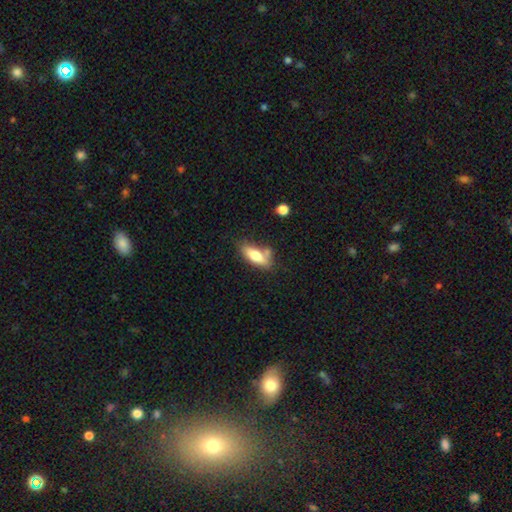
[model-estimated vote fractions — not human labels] Smooth or featured?
  - smooth: 71% *
  - featured or disk: 22%
  - star or artifact: 7%
How rounded?
  - in between: 67% *
  - cigar-shaped: 30%
  - round: 3%
Merging?
  - none: 60% *
  - minor disturbance: 20%
  - merger: 15%
  - major disturbance: 5%